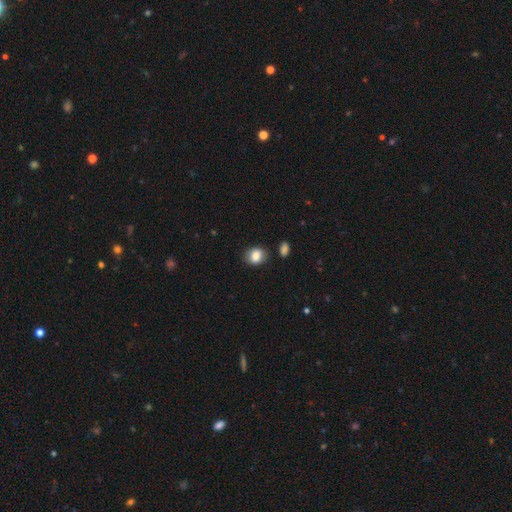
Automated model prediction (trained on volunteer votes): smooth 83%, star or artifact 9%, featured or disk 8%. Down the decision tree: how rounded — round (53%); merging — none (80%).